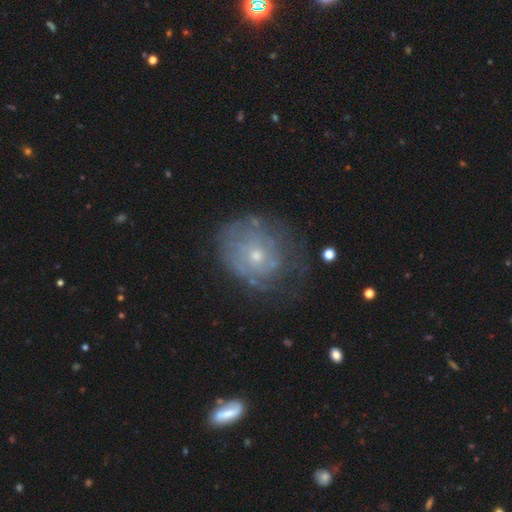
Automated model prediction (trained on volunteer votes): Q: Smooth or featured?
A: featured or disk (63%); runner-up: smooth (28%)
Q: Edge-on disk?
A: no (97%); runner-up: yes (3%)
Q: Bar?
A: no (86%); runner-up: weak (12%)
Q: Spiral arms?
A: yes (59%); runner-up: no (41%)
Q: Bulge size?
A: small (65%); runner-up: moderate (31%)
Q: Merging?
A: none (57%); runner-up: minor disturbance (25%)